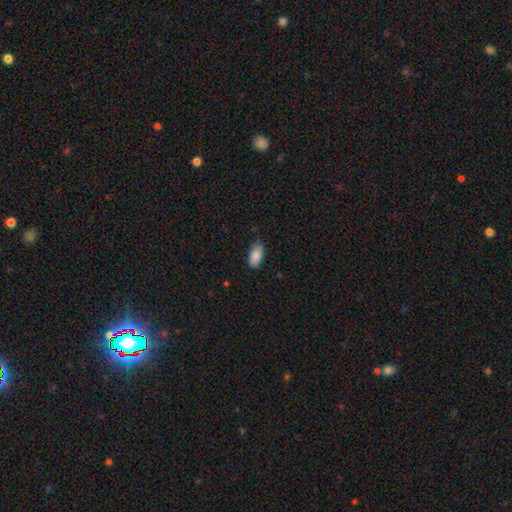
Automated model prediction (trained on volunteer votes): The model was most divided on "merging": none: 81%, minor disturbance: 15%, major disturbance: 2%, merger: 1%. More confident: how rounded — in between (94%); smooth or featured — smooth (88%).